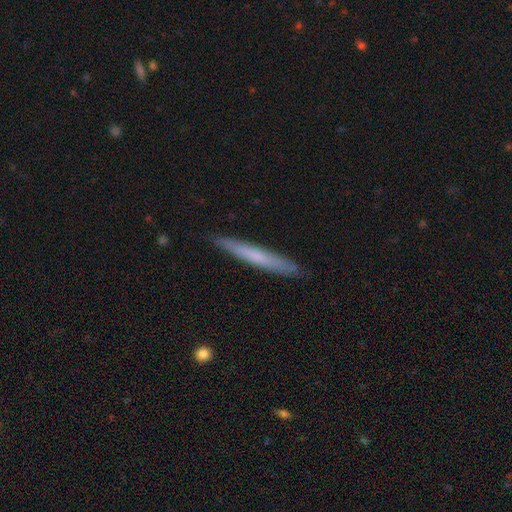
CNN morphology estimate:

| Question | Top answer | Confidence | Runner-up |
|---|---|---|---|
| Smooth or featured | smooth | 58% | featured or disk (36%) |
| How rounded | cigar-shaped | 96% | in between (3%) |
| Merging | none | 90% | minor disturbance (8%) |